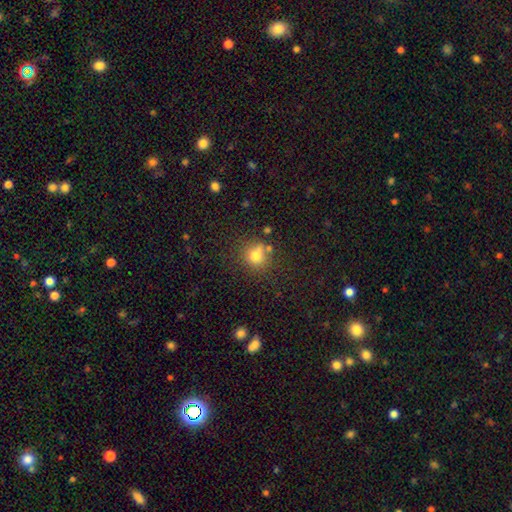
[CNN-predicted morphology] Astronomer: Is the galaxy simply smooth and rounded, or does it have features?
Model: smooth — 74%.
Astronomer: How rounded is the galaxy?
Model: round — 82%.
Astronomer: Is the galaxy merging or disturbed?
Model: none — 65%.